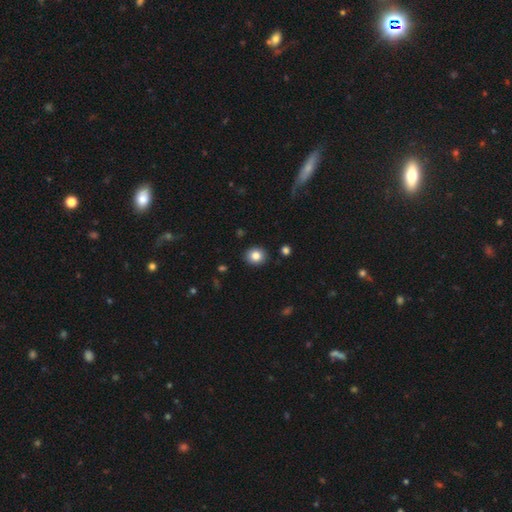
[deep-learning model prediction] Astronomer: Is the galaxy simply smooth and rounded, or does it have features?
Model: smooth — 84%.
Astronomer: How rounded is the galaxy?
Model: round — 75%.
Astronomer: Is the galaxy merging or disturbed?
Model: none — 90%.